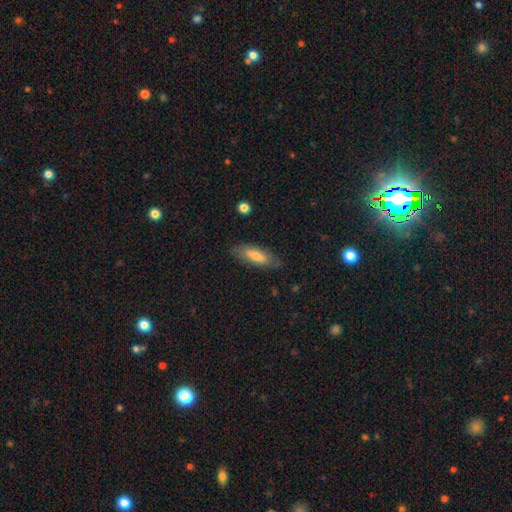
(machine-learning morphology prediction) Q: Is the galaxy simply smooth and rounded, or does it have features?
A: smooth — 66%.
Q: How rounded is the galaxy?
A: in between — 61%.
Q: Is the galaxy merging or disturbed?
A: none — 81%.